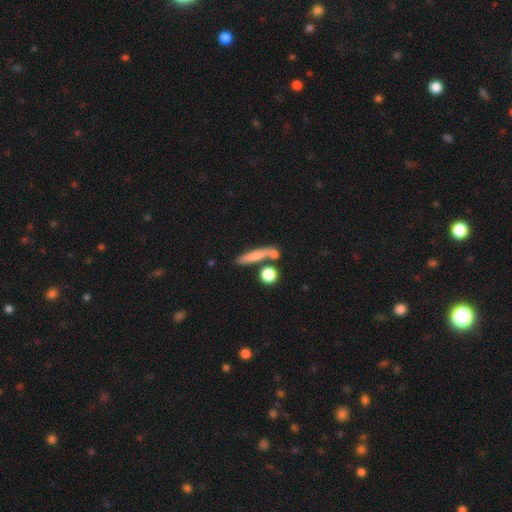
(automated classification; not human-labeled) Overall: smooth (71%). How rounded: cigar-shaped (73%). Merging: none (66%).